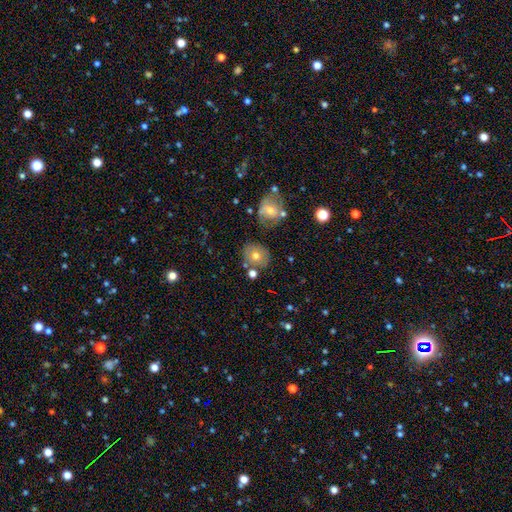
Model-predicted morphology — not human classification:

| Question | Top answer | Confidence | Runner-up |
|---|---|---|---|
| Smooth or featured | smooth | 68% | featured or disk (21%) |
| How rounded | round | 74% | in between (25%) |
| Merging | none | 69% | minor disturbance (14%) |